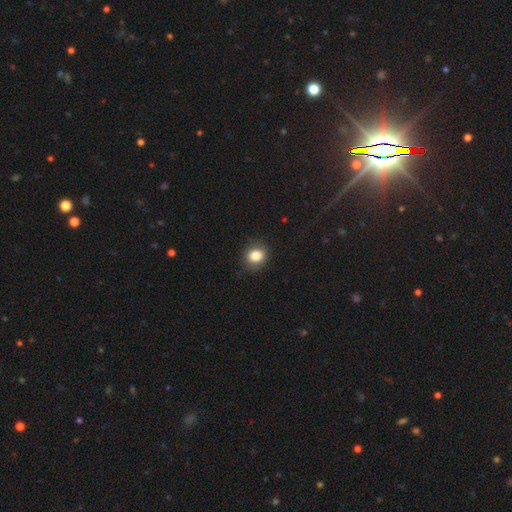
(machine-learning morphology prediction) Smooth or featured? Predicted: smooth (p=0.84). How rounded? Predicted: round (p=0.60). Merging? Predicted: none (p=0.85).